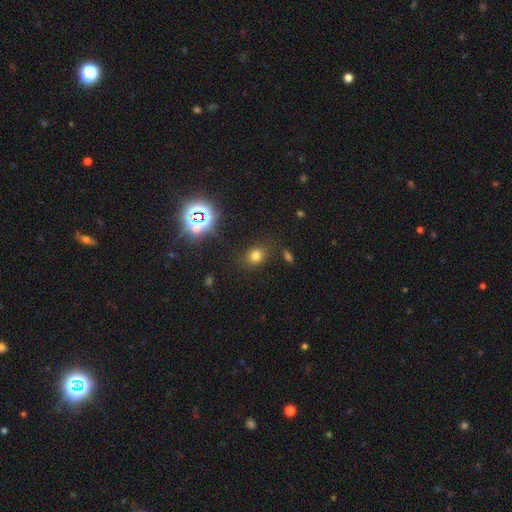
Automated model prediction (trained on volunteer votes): Smooth or featured: smooth — 70% (star or artifact — 22%)
How rounded: round — 56% (in between — 43%)
Merging: none — 82% (minor disturbance — 11%)